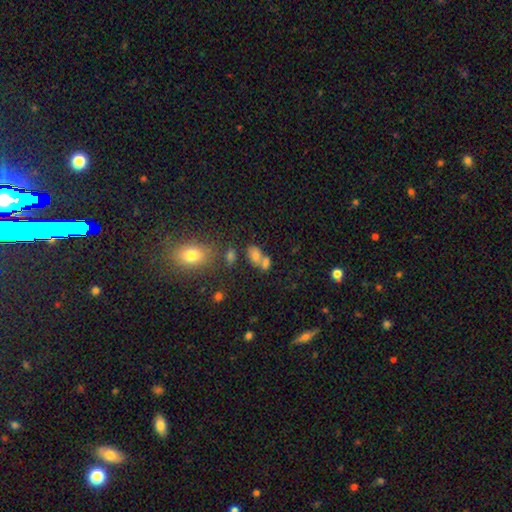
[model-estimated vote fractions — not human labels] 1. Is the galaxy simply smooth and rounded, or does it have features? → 69% smooth, 16% star or artifact, 15% featured or disk.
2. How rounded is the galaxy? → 80% in between, 18% round, 3% cigar-shaped.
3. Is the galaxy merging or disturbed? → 41% merger (tied), 41% none (tied), 12% minor disturbance, 6% major disturbance.